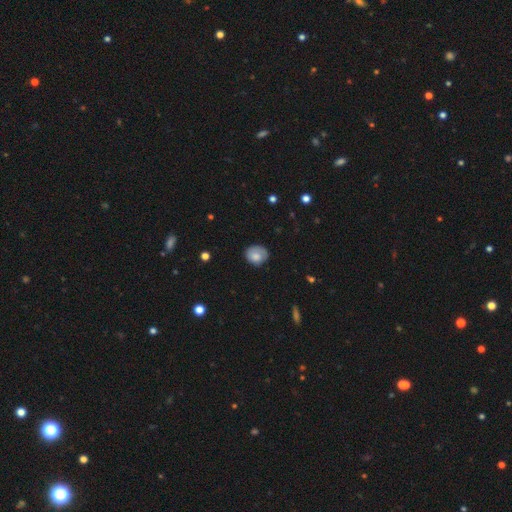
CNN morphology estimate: Smooth or featured?
  - smooth: 77% *
  - featured or disk: 15%
  - star or artifact: 8%
How rounded?
  - round: 62% *
  - in between: 37%
  - cigar-shaped: 1%
Merging?
  - none: 69% *
  - minor disturbance: 24%
  - major disturbance: 6%
  - merger: 1%